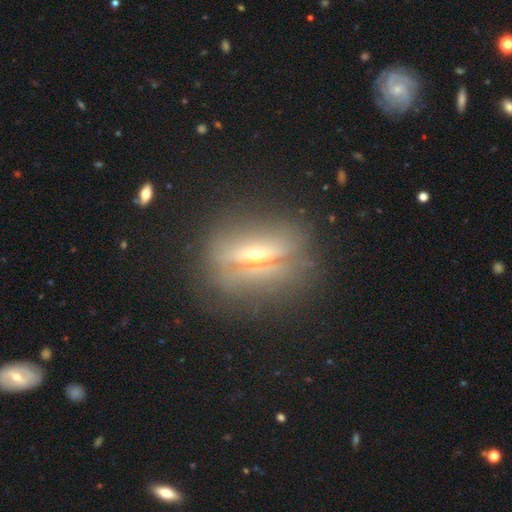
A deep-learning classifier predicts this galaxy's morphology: The model was most divided on "smooth or featured": featured or disk: 71%, smooth: 17%, star or artifact: 12%. More confident: edge-on bulge — rounded (91%); edge-on disk — yes (80%); merging — none (77%).